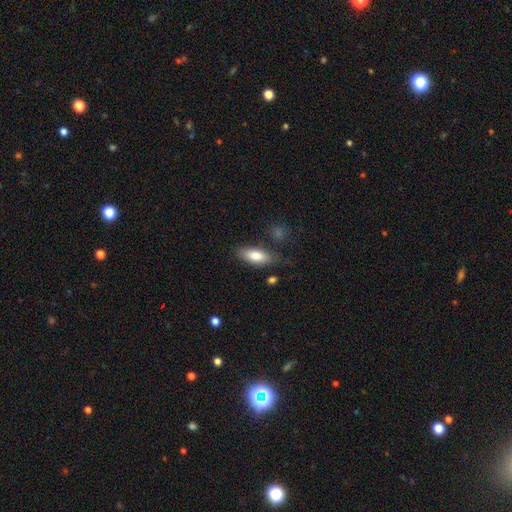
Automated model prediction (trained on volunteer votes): smooth-or-featured: smooth: 80% | featured or disk: 14% | star or artifact: 6%
  how-rounded: in between: 82% | cigar-shaped: 16% | round: 3%
  merging: none: 75% | minor disturbance: 17% | major disturbance: 4% | merger: 4%